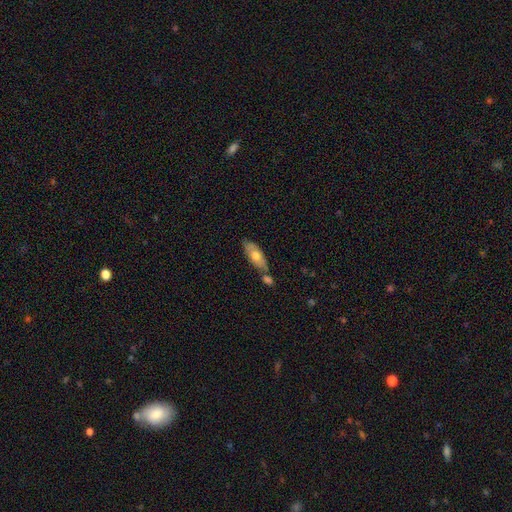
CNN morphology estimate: Smooth or featured: smooth — 63% (featured or disk — 31%)
How rounded: in between — 71% (cigar-shaped — 26%)
Merging: none — 57% (merger — 24%)